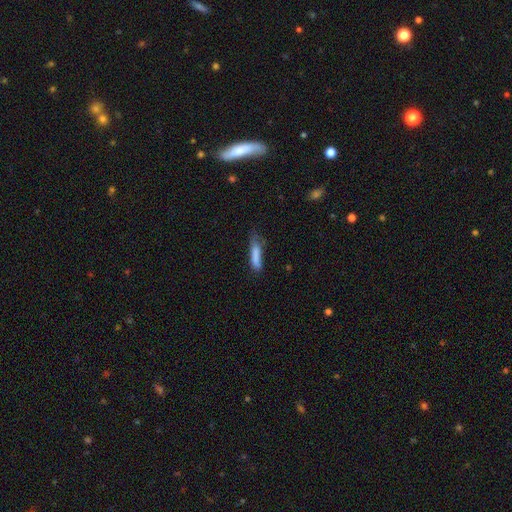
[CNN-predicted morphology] A smooth galaxy with no disk features (81%) that is cigar-shaped (74%). Merging: none (51%).